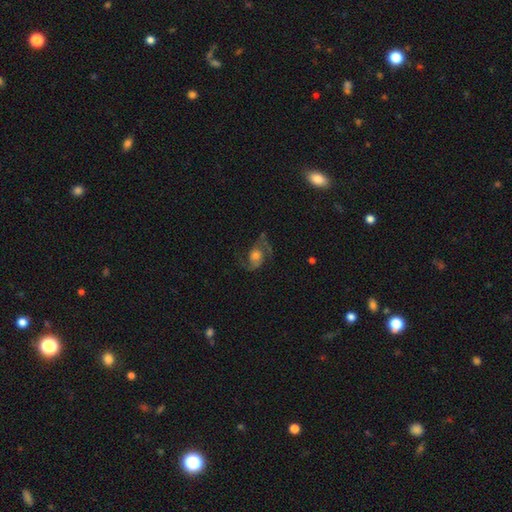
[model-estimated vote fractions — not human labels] Smooth or featured? Predicted: featured or disk (p=0.71). Edge-on disk? Predicted: no (p=0.96). Bar? Predicted: no (p=0.70). Spiral arms? Predicted: yes (p=0.90). Spiral winding? Predicted: loose (p=0.46). Spiral arm count? Predicted: 2 (p=0.88). Bulge size? Predicted: moderate (p=0.49). Merging? Predicted: none (p=0.58).